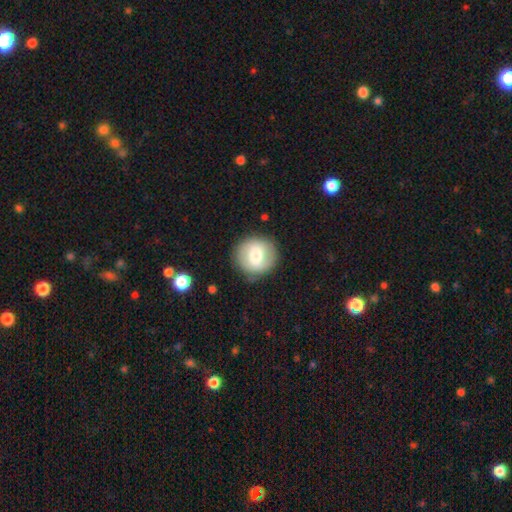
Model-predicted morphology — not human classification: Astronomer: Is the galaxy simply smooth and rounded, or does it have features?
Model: smooth — 64%.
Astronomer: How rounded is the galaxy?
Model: round — 90%.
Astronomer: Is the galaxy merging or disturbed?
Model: none — 85%.